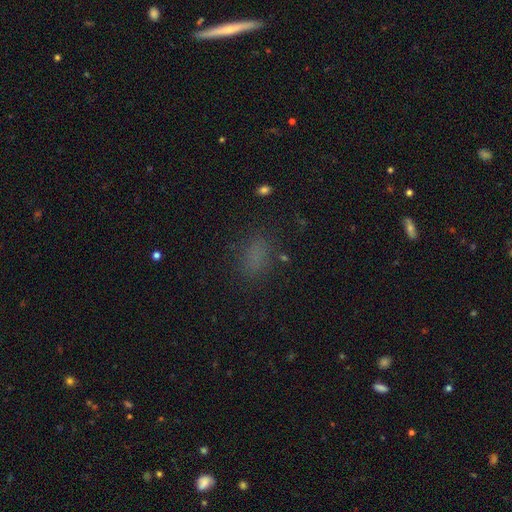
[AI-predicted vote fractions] smooth_or_featured: smooth (p=0.74) [alt: star or artifact p=0.20]
how_rounded: in between (p=0.75) [alt: round p=0.20]
merging: none (p=0.79) [alt: minor disturbance p=0.13]